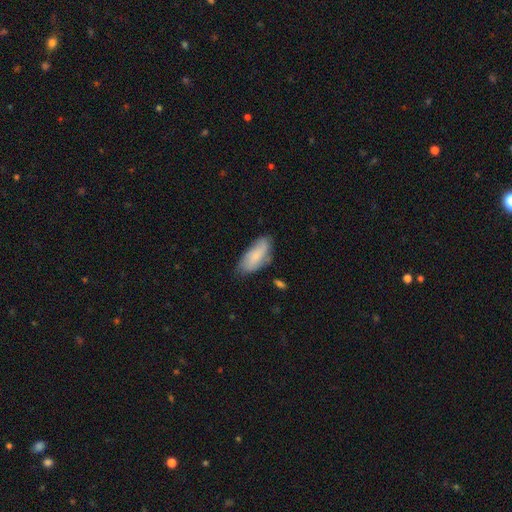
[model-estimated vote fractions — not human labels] smooth-or-featured: smooth: 69% | featured or disk: 24% | star or artifact: 7%
  how-rounded: in between: 86% | cigar-shaped: 12% | round: 2%
  merging: none: 61% | minor disturbance: 29% | major disturbance: 7% | merger: 4%